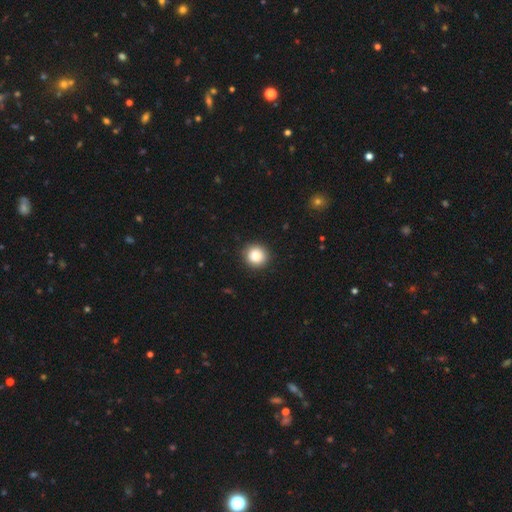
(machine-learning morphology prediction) Q: Smooth or featured?
A: smooth (85%); runner-up: star or artifact (9%)
Q: How rounded?
A: round (91%); runner-up: in between (8%)
Q: Merging?
A: none (91%); runner-up: minor disturbance (7%)